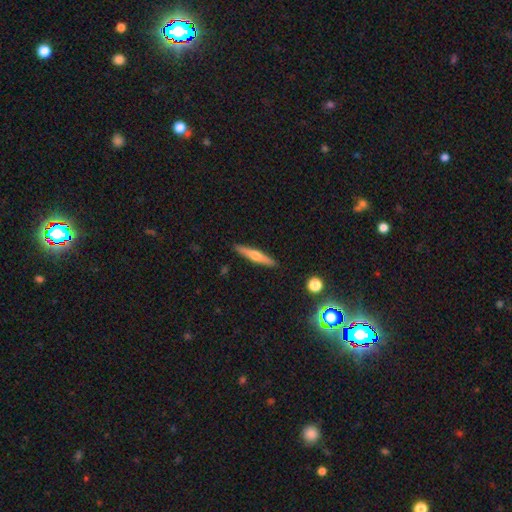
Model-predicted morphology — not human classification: This is possibly a featured or disk galaxy (52%). It is clearly viewed edge-on (96%). Merging: clearly none (91%).